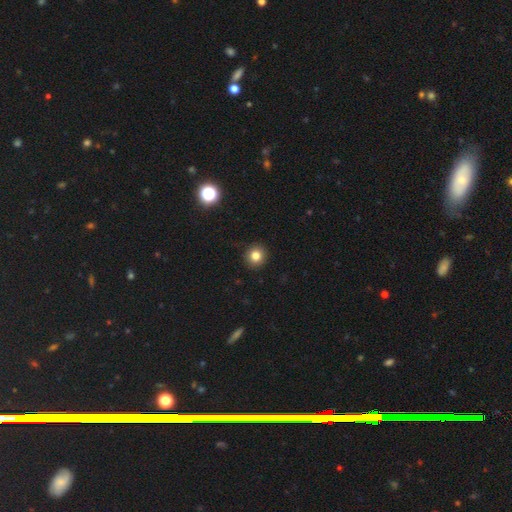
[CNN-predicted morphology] Smooth or featured? smooth (82%)
How rounded? round (92%)
Merging? none (92%)